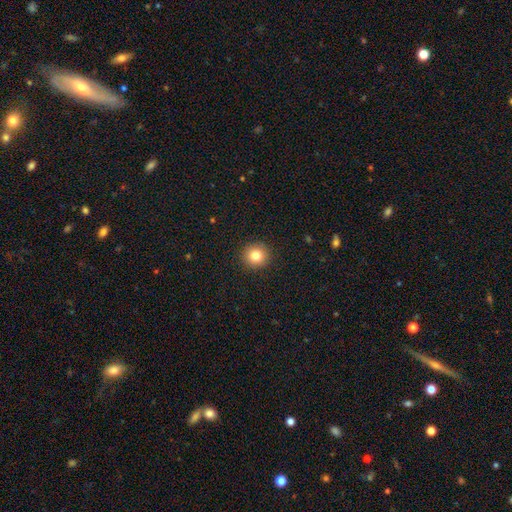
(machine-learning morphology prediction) This appears to be a smooth galaxy with no disk features (81%) that is round (94%). Merging: none (92%).